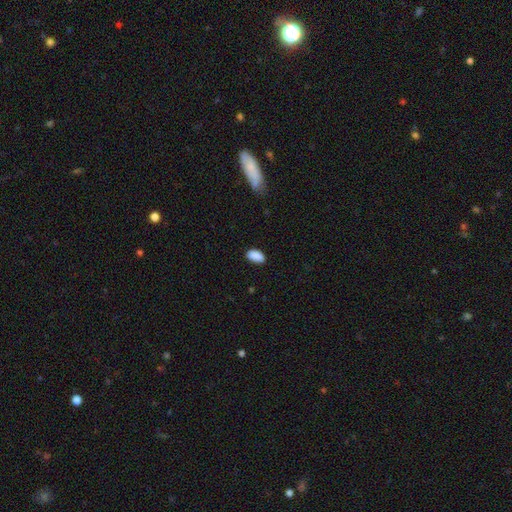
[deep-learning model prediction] This is clearly a smooth galaxy (89%). How rounded: clearly in between (93%). Merging: clearly none (82%).